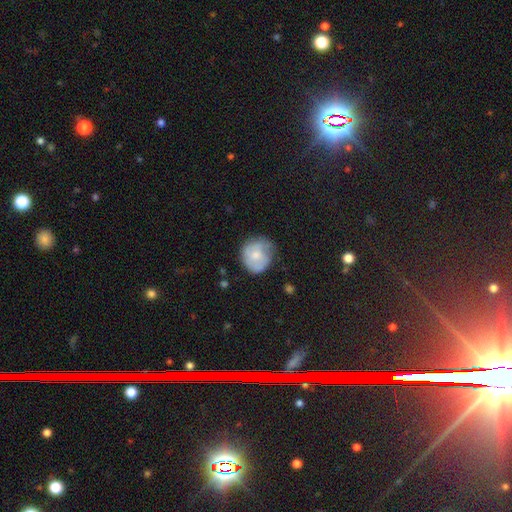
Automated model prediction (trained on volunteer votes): A smooth galaxy with no disk features (58%) that is round (80%). Merging: none (57%).